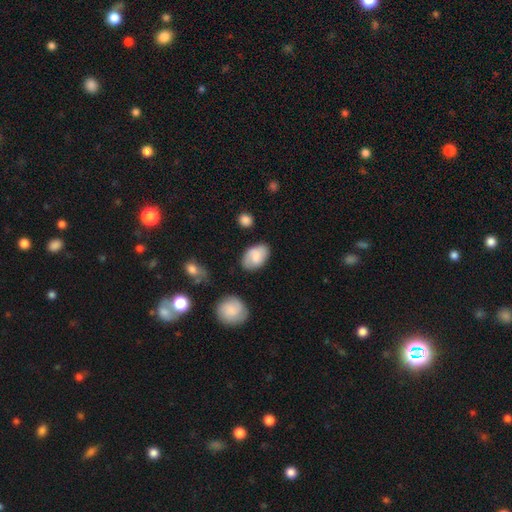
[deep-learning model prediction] A smooth galaxy with no disk features (73%) that is in between round and cigar-shaped (88%). Merging: none (75%).